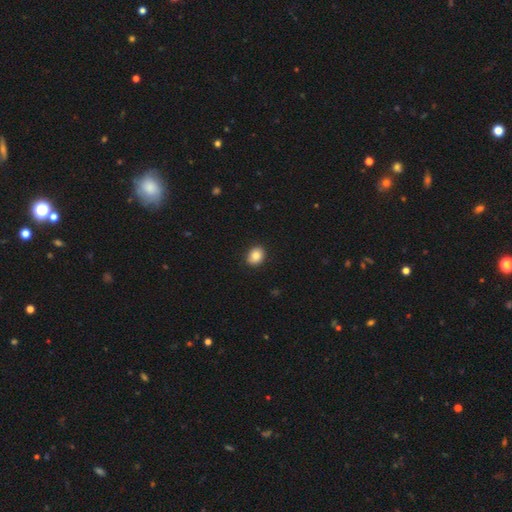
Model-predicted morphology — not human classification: Q: Smooth or featured?
A: smooth (84%); runner-up: star or artifact (9%)
Q: How rounded?
A: in between (52%); runner-up: round (47%)
Q: Merging?
A: none (88%); runner-up: minor disturbance (9%)